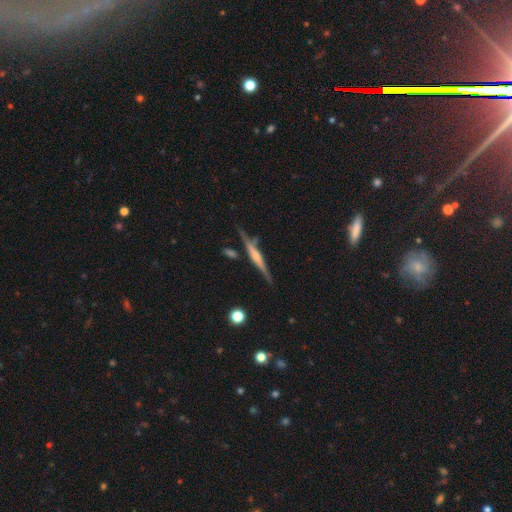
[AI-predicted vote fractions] Smooth or featured: featured or disk — 70% (smooth — 24%)
Edge-on disk: yes — 96% (no — 4%)
Edge-on bulge: rounded — 54% (none — 24%)
Merging: none — 75% (minor disturbance — 15%)